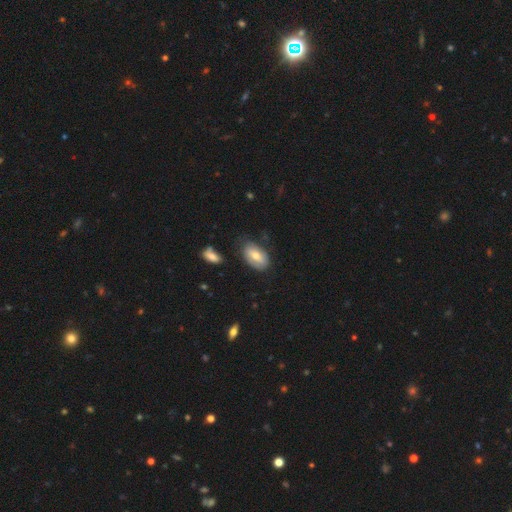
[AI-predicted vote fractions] smooth-or-featured: smooth: 63% | featured or disk: 30% | star or artifact: 7%
  how-rounded: in between: 93% | round: 5% | cigar-shaped: 3%
  merging: none: 64% | minor disturbance: 25% | major disturbance: 7% | merger: 4%